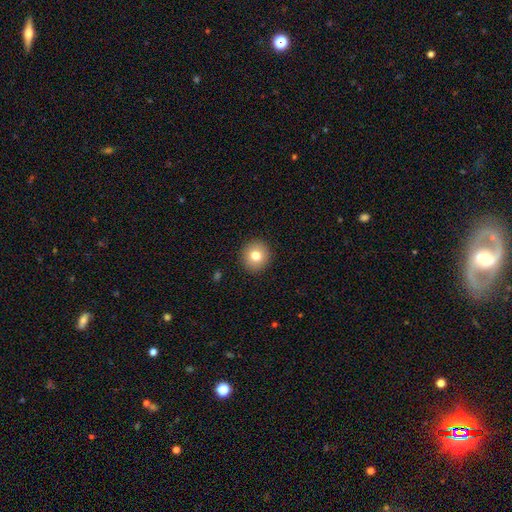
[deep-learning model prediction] Overall: smooth (78%). How rounded: round (91%). Merging: none (92%).